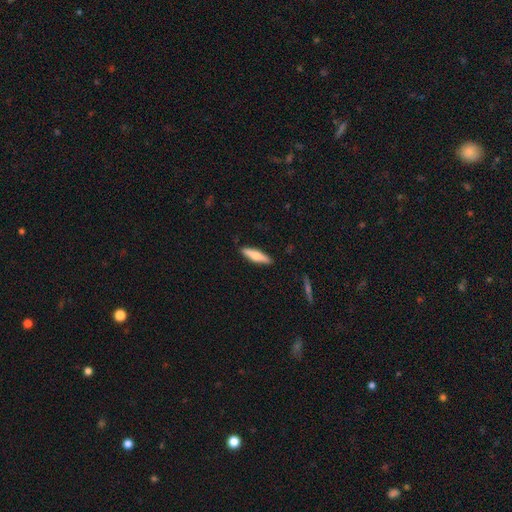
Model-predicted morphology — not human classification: smooth_or_featured: smooth (p=0.60) [alt: featured or disk p=0.34]
how_rounded: cigar-shaped (p=0.72) [alt: in between p=0.26]
merging: none (p=0.89) [alt: minor disturbance p=0.08]